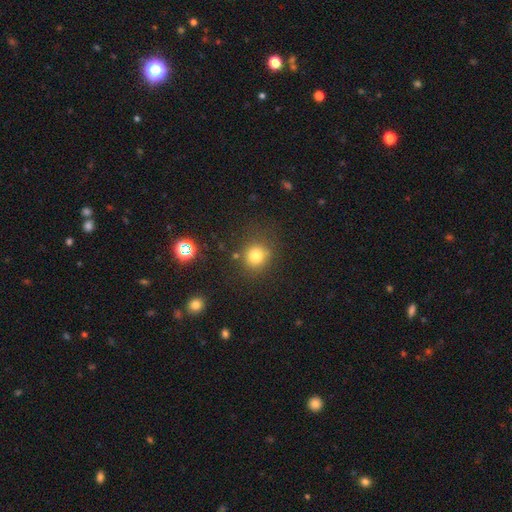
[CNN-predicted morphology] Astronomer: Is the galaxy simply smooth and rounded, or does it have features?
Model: smooth — 78%.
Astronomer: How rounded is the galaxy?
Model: round — 86%.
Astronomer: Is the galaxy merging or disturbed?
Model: none — 77%.